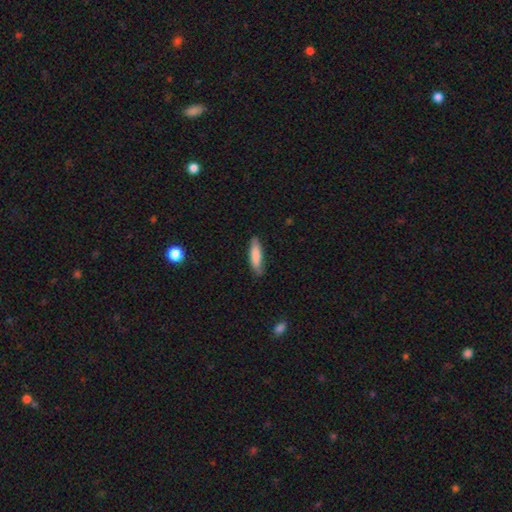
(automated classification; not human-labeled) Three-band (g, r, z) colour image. It shows a smooth galaxy with no disk features (82%) that is cigar-shaped (67%). Merging: none (82%).